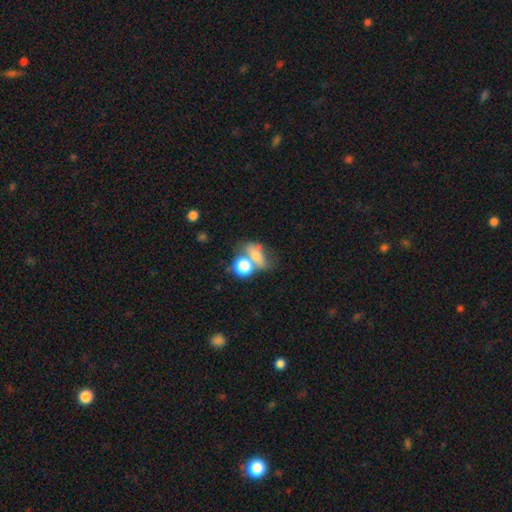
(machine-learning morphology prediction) Smooth or featured? Predicted: smooth (p=0.61). How rounded? Predicted: in between (p=0.61). Merging? Predicted: merger (p=0.48).